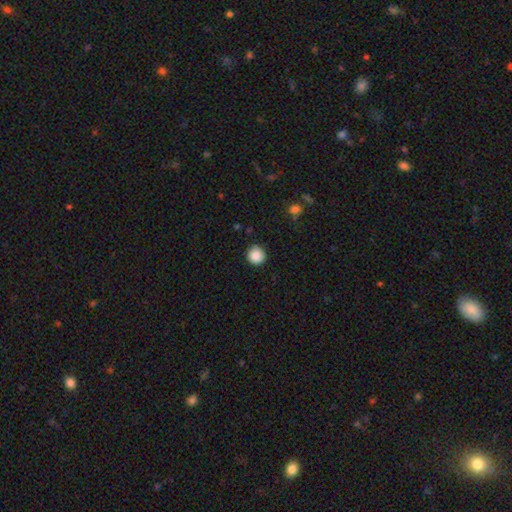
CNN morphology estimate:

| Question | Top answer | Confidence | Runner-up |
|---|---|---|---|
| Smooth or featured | smooth | 87% | star or artifact (10%) |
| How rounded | round | 94% | in between (5%) |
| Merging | none | 88% | minor disturbance (9%) |